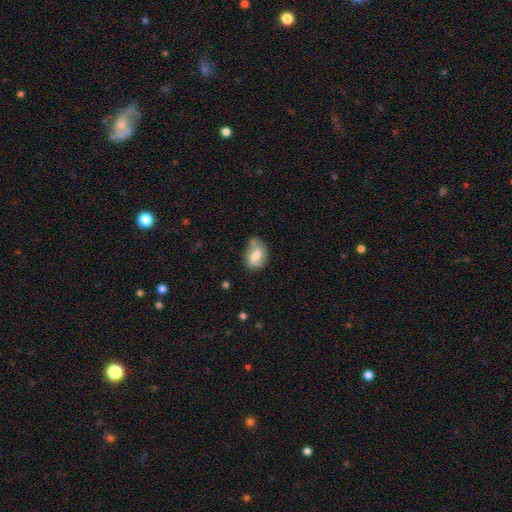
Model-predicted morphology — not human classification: Overall: smooth (59%; featured or disk 33%). How rounded: in between (70%). Merging: none (47%; minor disturbance 35%).